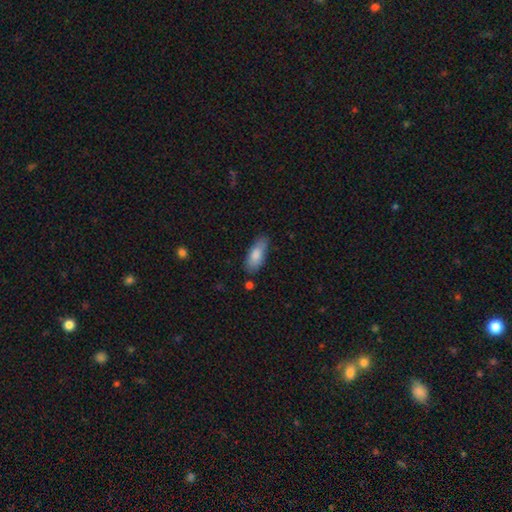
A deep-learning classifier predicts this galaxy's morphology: This is clearly a smooth galaxy (83%). How rounded: likely in between (75%). Merging: likely none (75%).